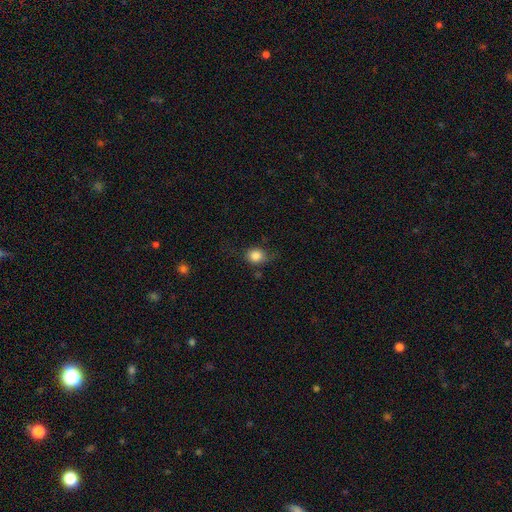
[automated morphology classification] This is clearly a smooth galaxy (83%). How rounded: likely round (71%). Merging: likely none (67%).